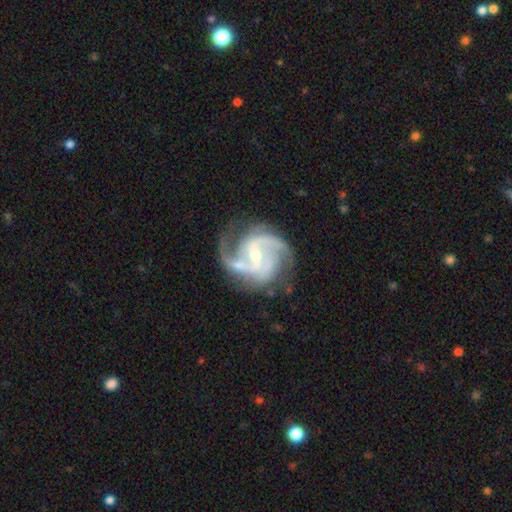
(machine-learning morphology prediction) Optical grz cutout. It shows a featured or disk galaxy (93%) with a weak bar (47%), 2 (41%) medium (58%) spiral arms (98%) and a small central bulge (55%). Merging: none (67%).